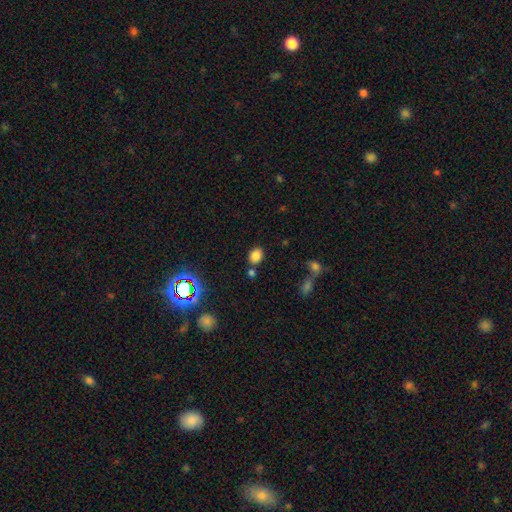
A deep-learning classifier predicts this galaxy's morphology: Smooth or featured? smooth (81%)
How rounded? in between (63%)
Merging? none (74%)